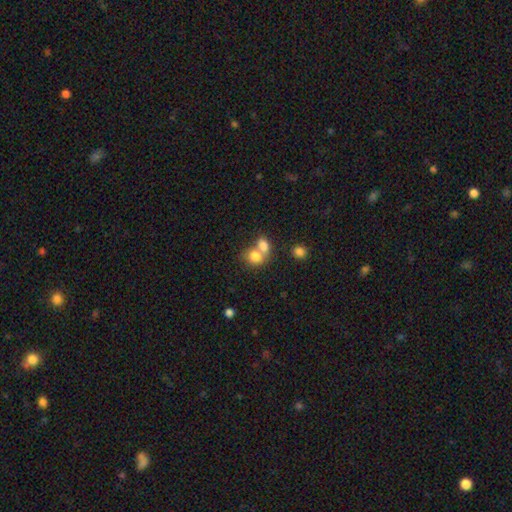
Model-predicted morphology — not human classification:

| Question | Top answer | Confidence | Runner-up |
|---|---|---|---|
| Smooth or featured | smooth | 79% | featured or disk (12%) |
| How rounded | round | 50% | in between (48%) |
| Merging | merger | 63% | none (27%) |